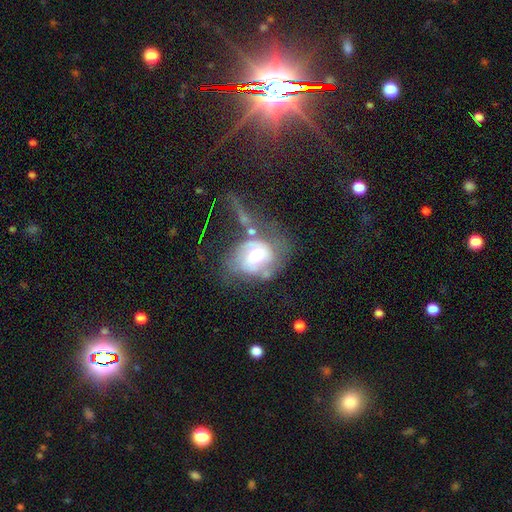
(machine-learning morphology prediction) A featured or disk galaxy (61%) with no bar (57%), spiral arms (66%) and a moderate central bulge (61%). Merging: major disturbance (30%).